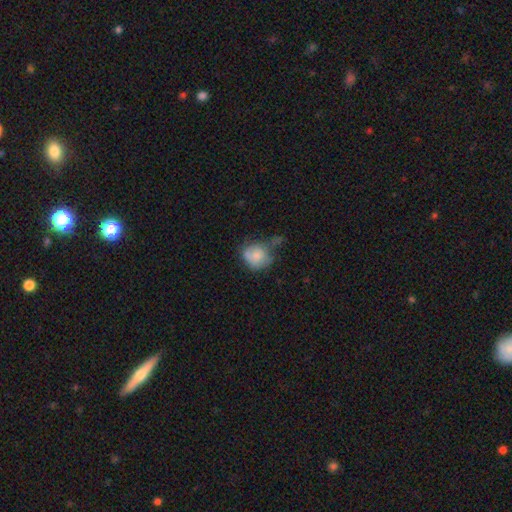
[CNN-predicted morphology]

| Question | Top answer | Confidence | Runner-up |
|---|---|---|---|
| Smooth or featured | smooth | 72% | featured or disk (20%) |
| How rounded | round | 72% | in between (27%) |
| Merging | none | 35% | minor disturbance (30%) |